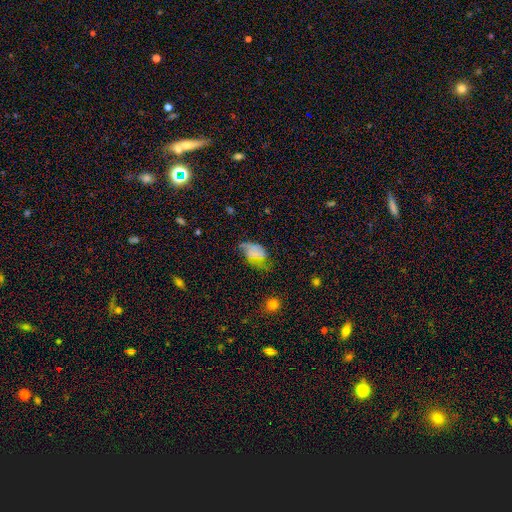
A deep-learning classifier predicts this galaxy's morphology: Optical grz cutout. It shows a smooth galaxy with no disk features (51%) that is in between round and cigar-shaped (89%). Merging: none (37%).